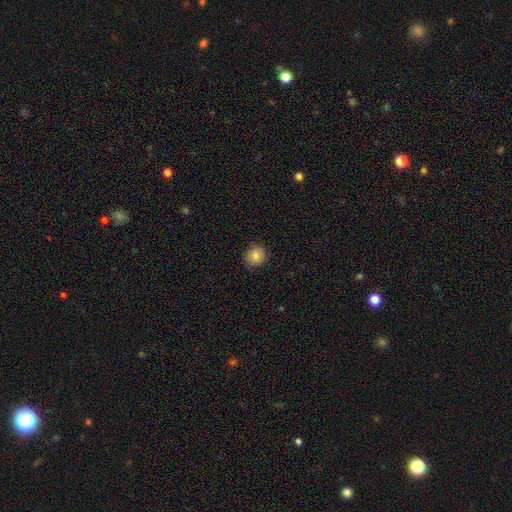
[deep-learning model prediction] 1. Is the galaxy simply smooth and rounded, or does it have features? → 82% smooth, 9% star or artifact, 8% featured or disk.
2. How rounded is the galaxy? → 88% round, 11% in between, 1% cigar-shaped.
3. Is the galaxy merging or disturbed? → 87% none, 10% minor disturbance, 2% major disturbance, 1% merger.